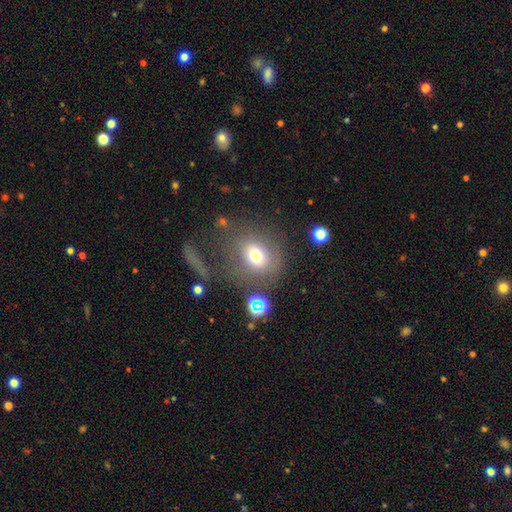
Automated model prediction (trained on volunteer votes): A smooth galaxy with no disk features (70%) that is round (71%). Merging: none (62%).